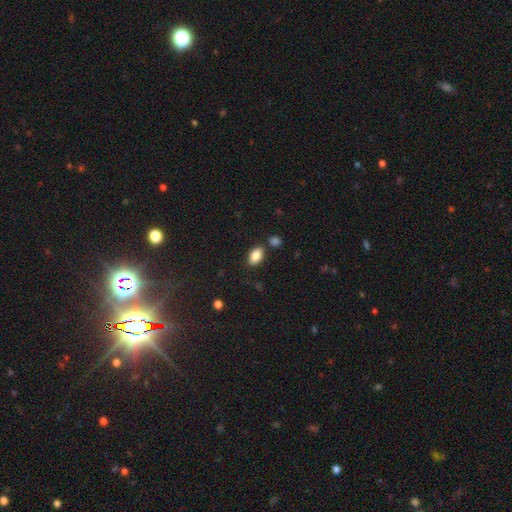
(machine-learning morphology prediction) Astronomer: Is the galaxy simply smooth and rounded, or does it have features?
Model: smooth — 85%.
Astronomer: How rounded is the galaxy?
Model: in between — 91%.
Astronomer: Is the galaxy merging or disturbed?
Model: none — 80%.